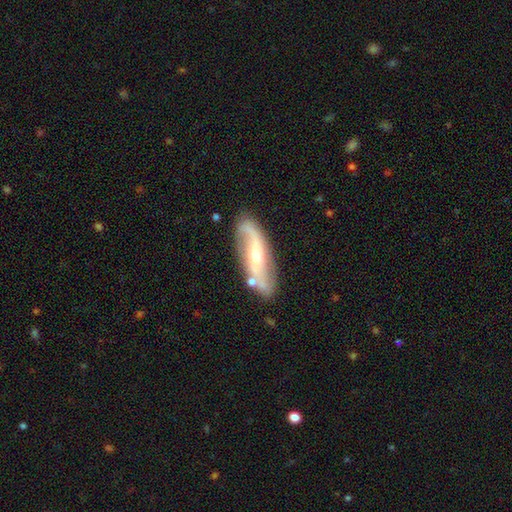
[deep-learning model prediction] smooth_or_featured: featured or disk (p=0.77) [alt: smooth p=0.18]
disk_edge_on: no (p=0.85) [alt: yes p=0.15]
bar: no (p=0.43) [alt: weak p=0.38]
has_spiral_arms: yes (p=0.90) [alt: no p=0.10]
spiral_winding: loose (p=0.56) [alt: medium p=0.31]
spiral_arm_count: 2 (p=0.83) [alt: can't tell p=0.08]
bulge_size: moderate (p=0.48) [alt: small p=0.45]
merging: none (p=0.74) [alt: minor disturbance p=0.16]